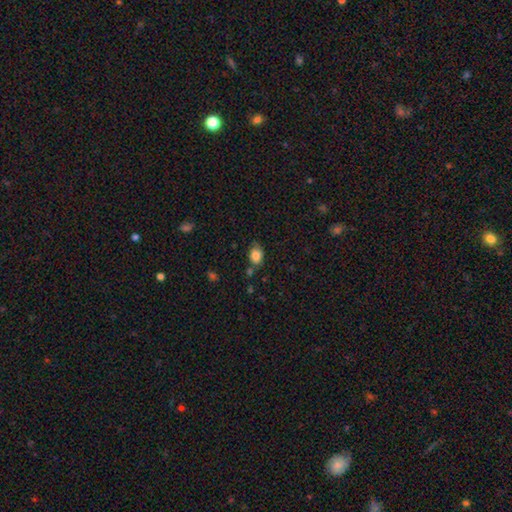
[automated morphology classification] This is clearly a smooth galaxy (84%). How rounded: likely in between (72%). Merging: likely none (61%).